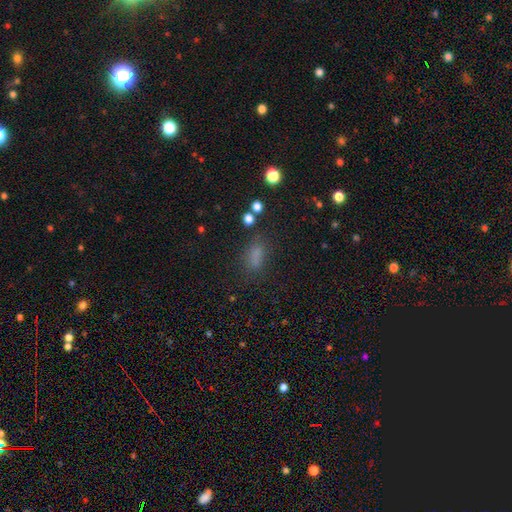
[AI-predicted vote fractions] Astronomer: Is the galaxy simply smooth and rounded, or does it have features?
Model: smooth — 73%.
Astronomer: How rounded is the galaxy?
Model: in between — 76%.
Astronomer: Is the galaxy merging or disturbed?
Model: none — 68%.